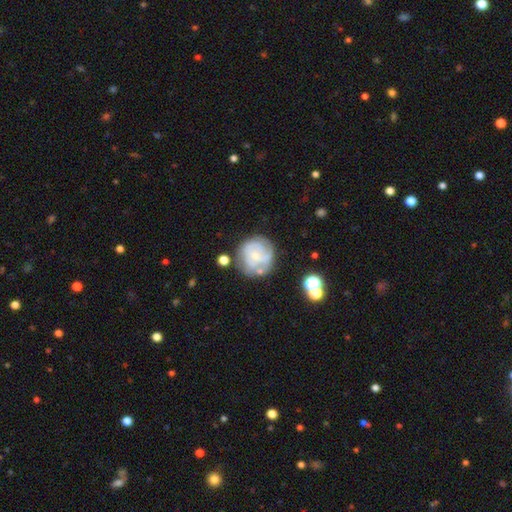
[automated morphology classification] A featured or disk galaxy (65%) with no bar (68%), spiral arms (74%) and a small central bulge (64%). Merging: none (61%).